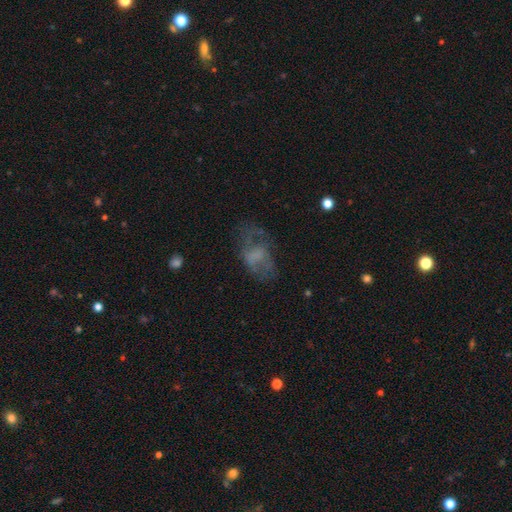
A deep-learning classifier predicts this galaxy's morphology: A featured or disk galaxy (46%).

Vote fractions:
- Smooth or featured? featured or disk: 46% / smooth: 40% / star or artifact: 14%
- Merging? none: 44% / major disturbance: 32% / minor disturbance: 21% / merger: 3%